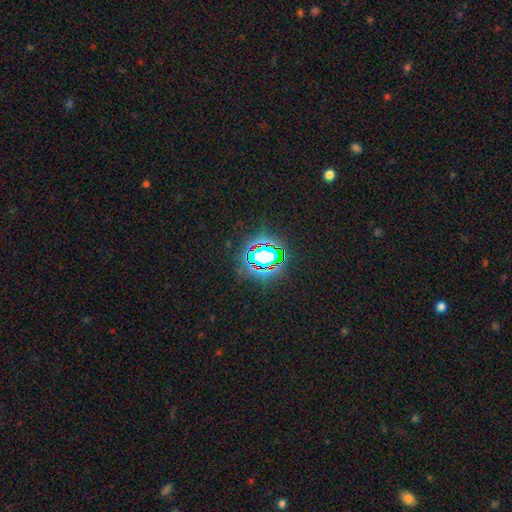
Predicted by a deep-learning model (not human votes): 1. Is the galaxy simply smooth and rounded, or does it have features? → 75% star or artifact, 15% smooth, 10% featured or disk.